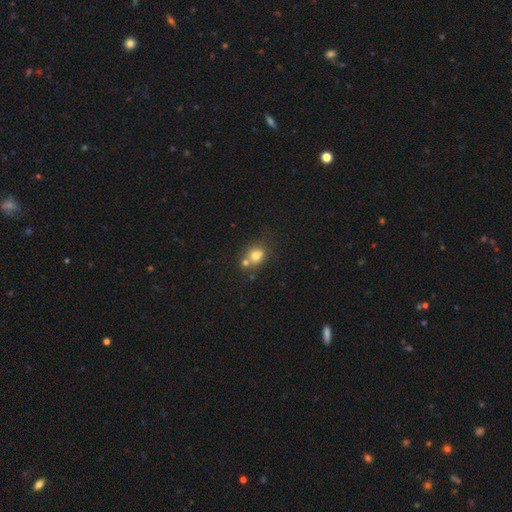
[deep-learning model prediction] smooth_or_featured: smooth (p=0.72) [alt: featured or disk p=0.15]
how_rounded: round (p=0.65) [alt: in between p=0.34]
merging: none (p=0.44) [alt: merger p=0.41]